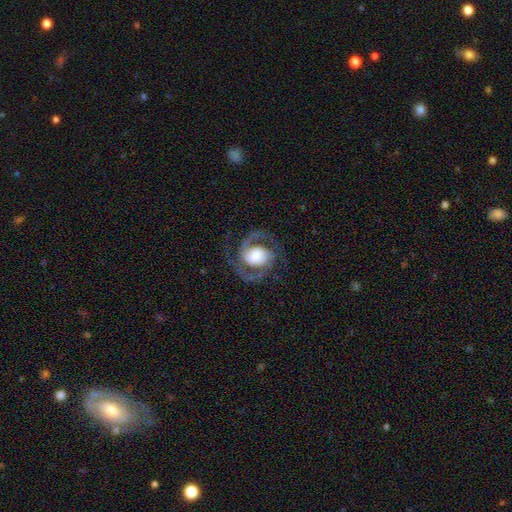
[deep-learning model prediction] Smooth or featured: featured or disk — 90% (smooth — 5%)
Edge-on disk: no — 98% (yes — 2%)
Bar: no — 53% (weak — 33%)
Spiral arms: yes — 98% (no — 2%)
Spiral winding: medium — 55% (tight — 34%)
Spiral arm count: 2 — 90% (3 — 3%)
Bulge size: moderate — 38% (large — 32%)
Merging: none — 78% (minor disturbance — 12%)